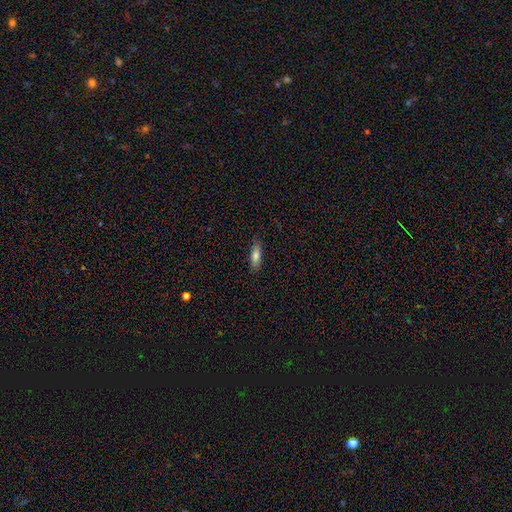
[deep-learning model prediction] Overall: smooth (78%). How rounded: in between (54%; cigar-shaped 44%). Merging: none (84%).